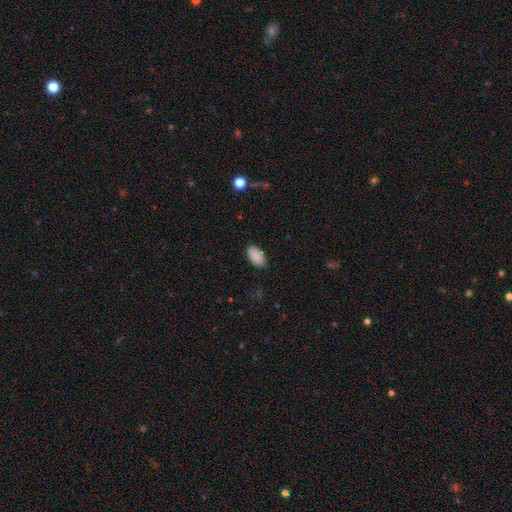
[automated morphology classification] Smooth or featured? Predicted: smooth (p=0.90). How rounded? Predicted: in between (p=0.94). Merging? Predicted: none (p=0.87).